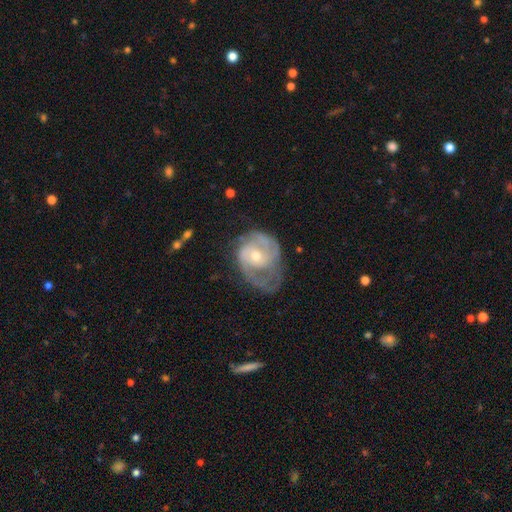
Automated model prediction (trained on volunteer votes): smooth_or_featured: featured or disk (p=0.79) [alt: smooth p=0.15]
disk_edge_on: no (p=0.97) [alt: yes p=0.03]
bar: no (p=0.62) [alt: weak p=0.31]
has_spiral_arms: yes (p=0.90) [alt: no p=0.10]
spiral_winding: tight (p=0.42) [tied with: medium p=0.42]
spiral_arm_count: 2 (p=0.49) [alt: can't tell p=0.25]
bulge_size: moderate (p=0.48) [alt: small p=0.47]
merging: none (p=0.42) [alt: major disturbance p=0.29]